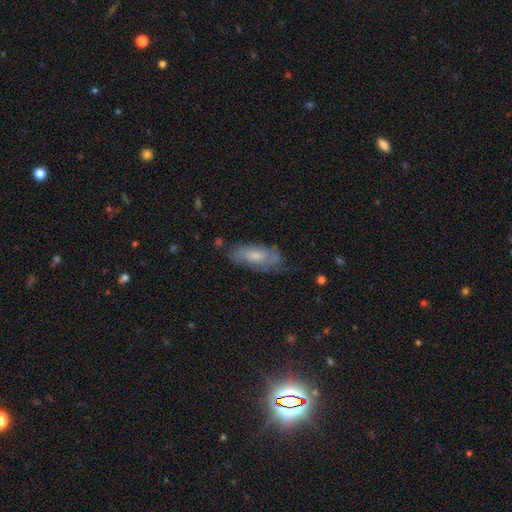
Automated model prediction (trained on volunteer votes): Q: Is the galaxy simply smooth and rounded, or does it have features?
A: smooth — 50%.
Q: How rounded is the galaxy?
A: in between — 77%.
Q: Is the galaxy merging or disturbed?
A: none — 60%.